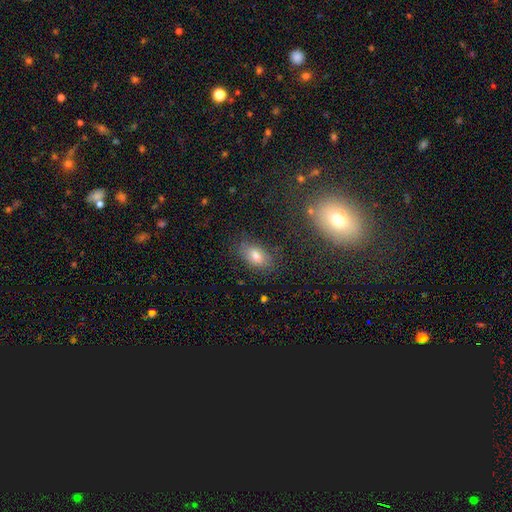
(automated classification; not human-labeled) Overall: smooth (74%). How rounded: in between (90%). Merging: none (77%).